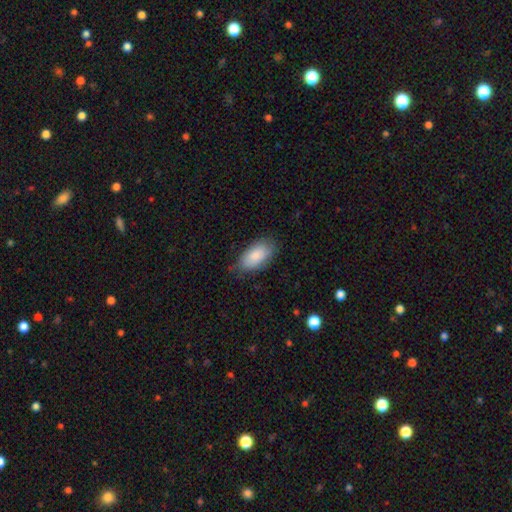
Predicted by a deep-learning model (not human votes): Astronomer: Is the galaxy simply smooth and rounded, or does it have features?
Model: smooth — 83%.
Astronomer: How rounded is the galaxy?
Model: in between — 93%.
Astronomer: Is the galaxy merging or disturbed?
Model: none — 73%.